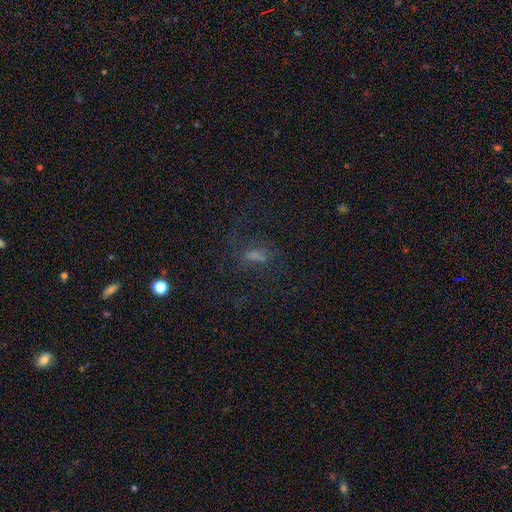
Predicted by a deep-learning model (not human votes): Q: Smooth or featured?
A: smooth (43%); runner-up: star or artifact (30%)
Q: Merging?
A: none (54%); runner-up: major disturbance (24%)